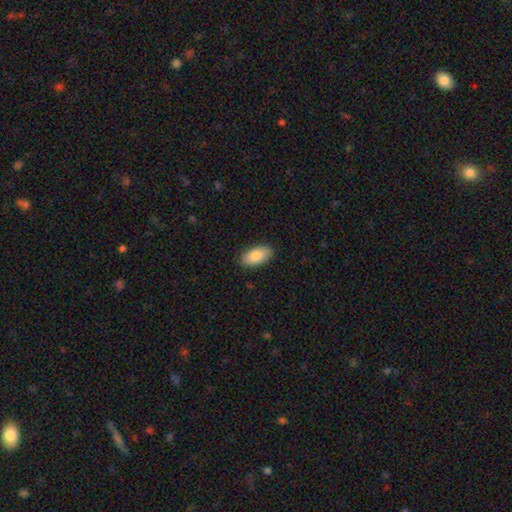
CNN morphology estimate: The model was most divided on "smooth or featured": smooth: 85%, featured or disk: 9%, star or artifact: 6%. More confident: how rounded — in between (93%); merging — none (88%).